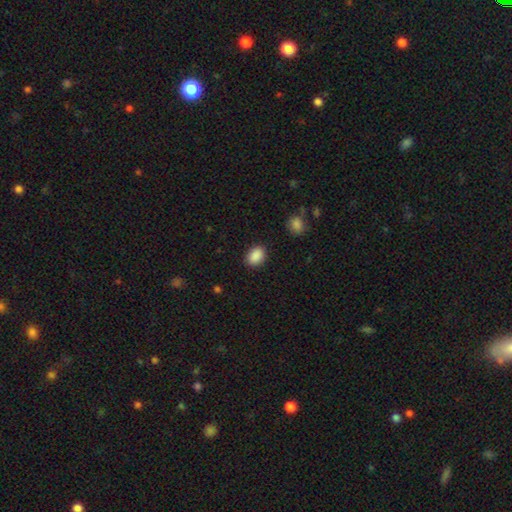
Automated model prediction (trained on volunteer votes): smooth 89%, star or artifact 8%, featured or disk 3%. Down the decision tree: how rounded — in between (72%); merging — none (88%).